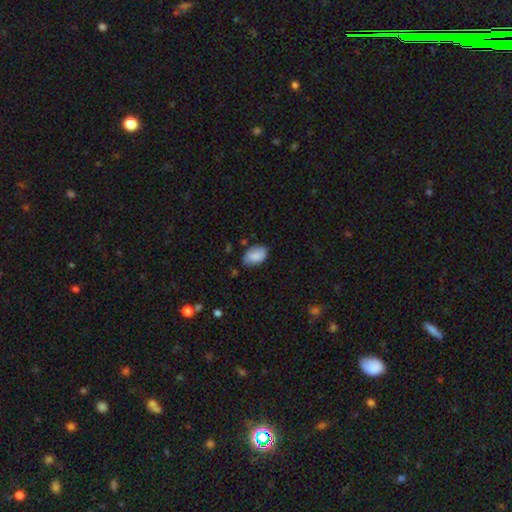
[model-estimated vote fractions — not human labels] Smooth or featured? smooth (84%)
How rounded? in between (91%)
Merging? none (69%)